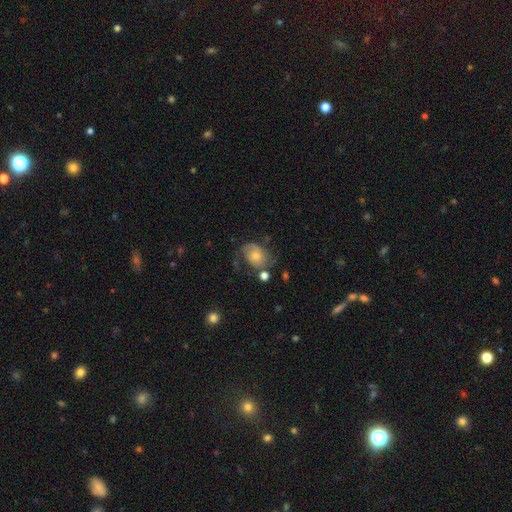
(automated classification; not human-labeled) The model was most divided on "bulge size": small: 49%, moderate: 37%, none: 7%, large: 5%, dominant: 2%. Remaining: edge-on disk — no (97%); spiral arms — yes (82%); bar — no (73%); smooth or featured — featured or disk (53%); merging — none (44%).